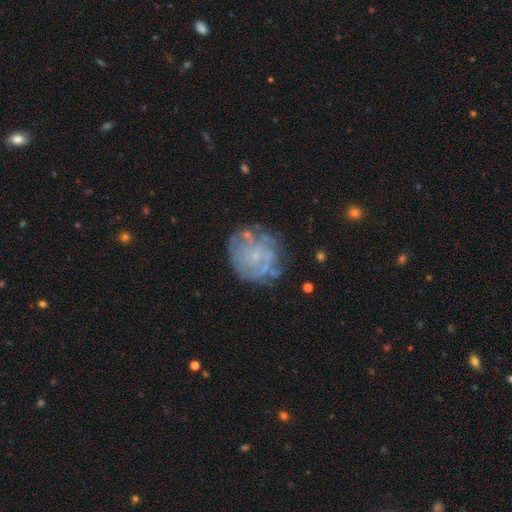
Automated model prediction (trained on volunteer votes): Morphology: type=featured or disk (64%); edge-on=no (98%); bar=no (83%); spiral arms=no (52%); bulge=small (61%); merging=none (65%).